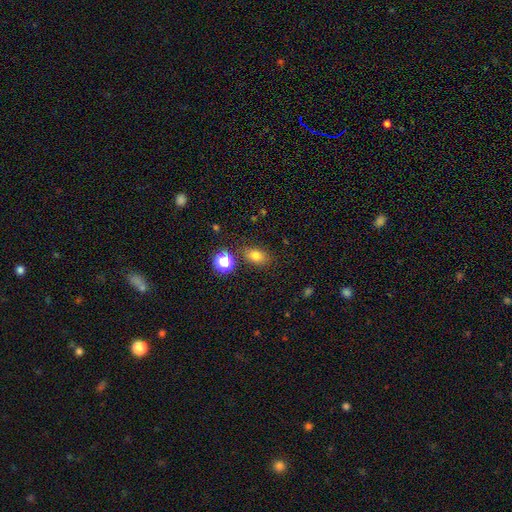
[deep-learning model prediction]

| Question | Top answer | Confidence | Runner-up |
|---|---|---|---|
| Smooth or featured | smooth | 76% | star or artifact (15%) |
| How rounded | in between | 75% | round (23%) |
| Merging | none | 81% | minor disturbance (11%) |